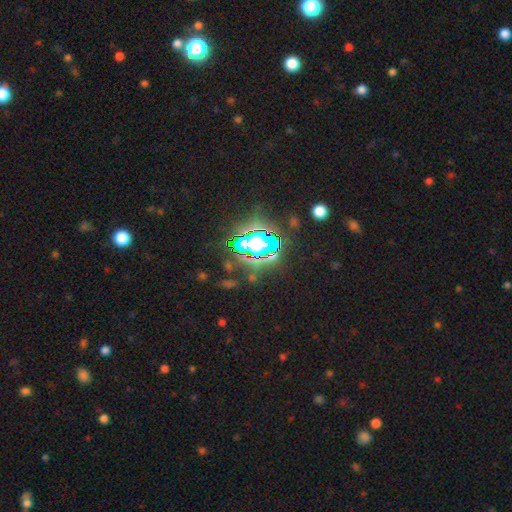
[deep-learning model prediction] Smooth or featured? star or artifact (83%)